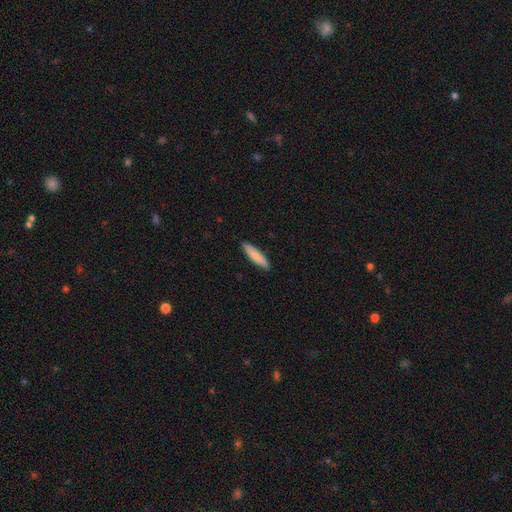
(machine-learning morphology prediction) This appears to be a smooth galaxy with no disk features (84%) that is cigar-shaped (78%). Merging: none (89%).